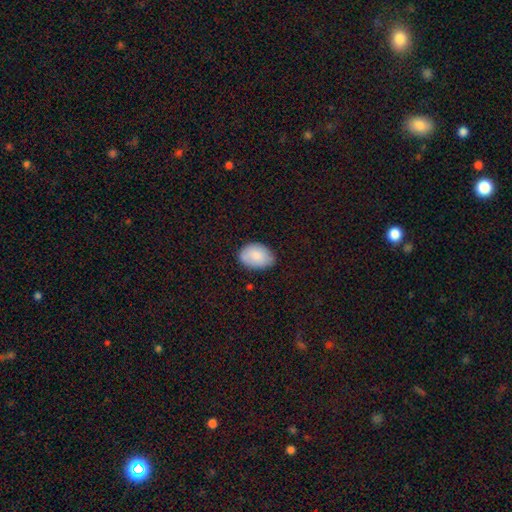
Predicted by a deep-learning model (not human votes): Smooth or featured: smooth — 85% (featured or disk — 8%)
How rounded: in between — 82% (round — 17%)
Merging: none — 73% (minor disturbance — 22%)